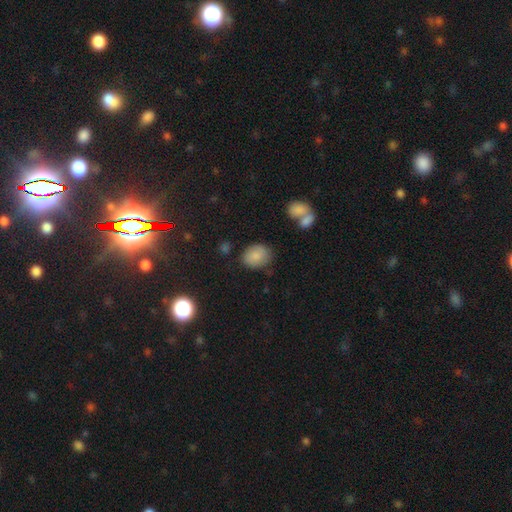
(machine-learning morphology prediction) The model was most divided on "how rounded": in between: 54%, round: 45%, cigar-shaped: 1%. More confident: smooth or featured — smooth (85%); merging — none (78%).